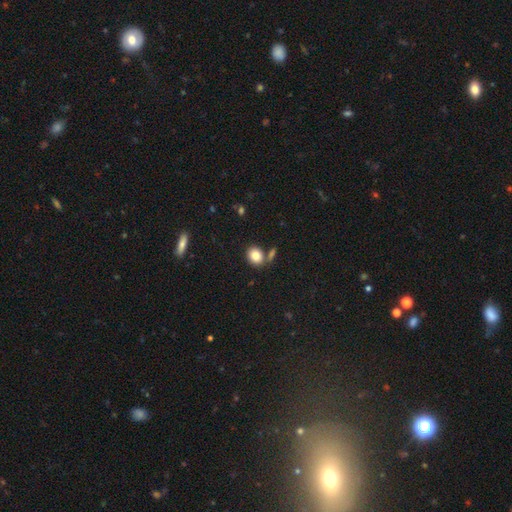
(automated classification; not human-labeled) A smooth galaxy with no disk features (82%) that is round (50%). Merging: none (69%).